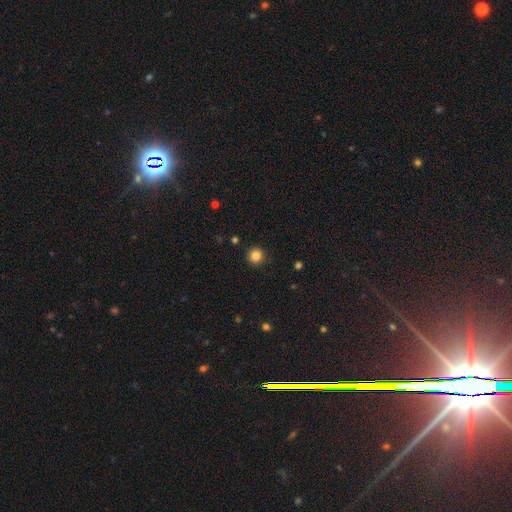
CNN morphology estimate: Smooth or featured: smooth — 84% (star or artifact — 11%)
How rounded: round — 95% (in between — 4%)
Merging: none — 92% (minor disturbance — 5%)